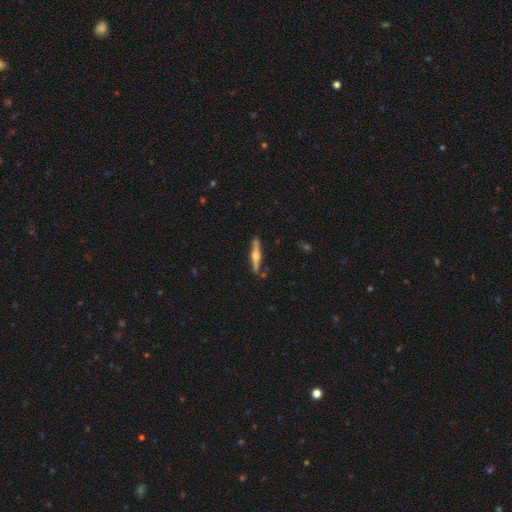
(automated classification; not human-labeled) A featured or disk galaxy (69%) viewed edge-on (97%) with a rounded central bulge (91%). Merging: none (86%).